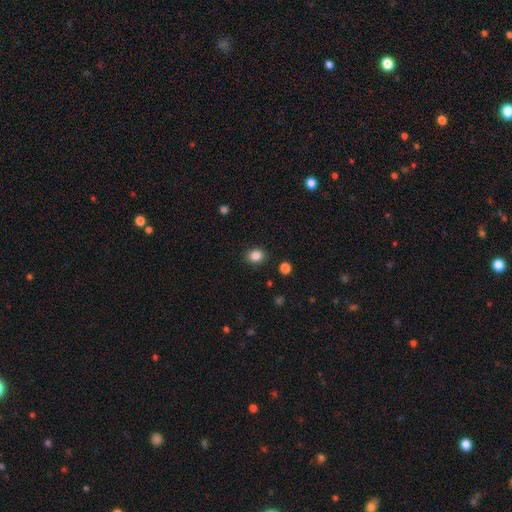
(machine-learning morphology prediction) type=smooth (85%); roundness=round (57%); merging=none (88%).